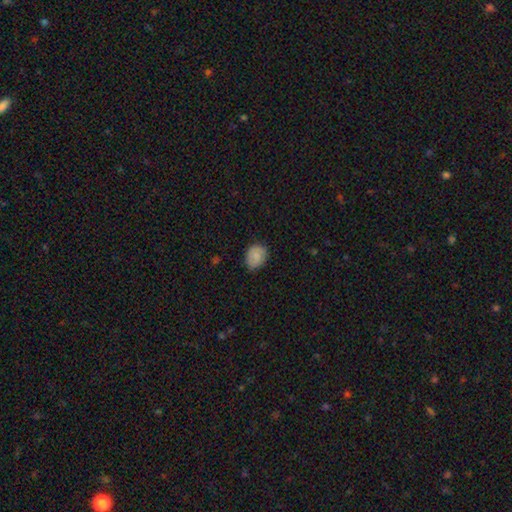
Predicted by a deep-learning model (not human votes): A smooth galaxy with no disk features (81%) that is in between round and cigar-shaped (53%).

Vote fractions:
- Smooth or featured? smooth: 81% / featured or disk: 11% / star or artifact: 8%
- How rounded? in between: 53% / round: 46% / cigar-shaped: 1%
- Merging? none: 77% / minor disturbance: 19% / major disturbance: 3% / merger: 1%